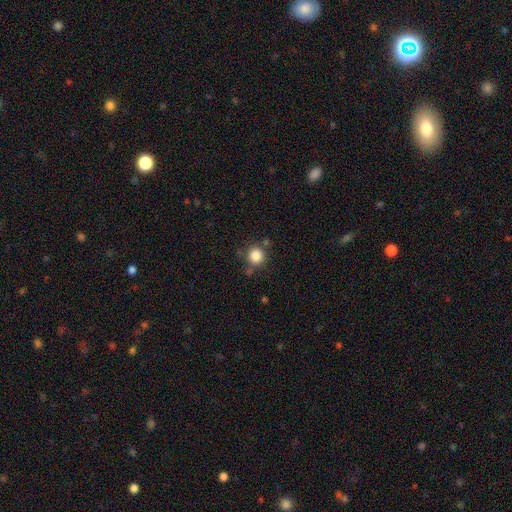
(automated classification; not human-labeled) Smooth or featured? smooth (85%)
How rounded? round (90%)
Merging? none (78%)